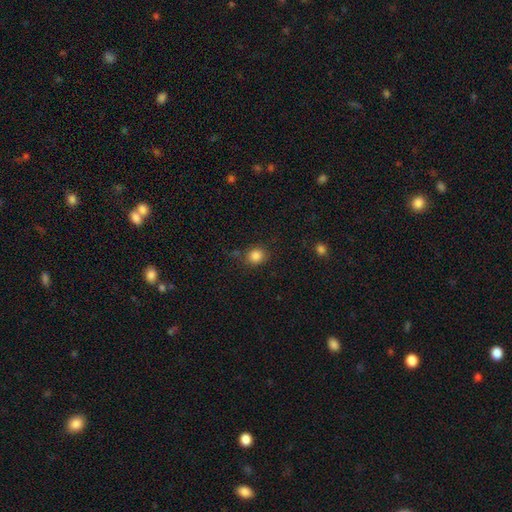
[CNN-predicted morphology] Smooth or featured? Predicted: smooth (p=0.85). How rounded? Predicted: round (p=0.76). Merging? Predicted: none (p=0.81).